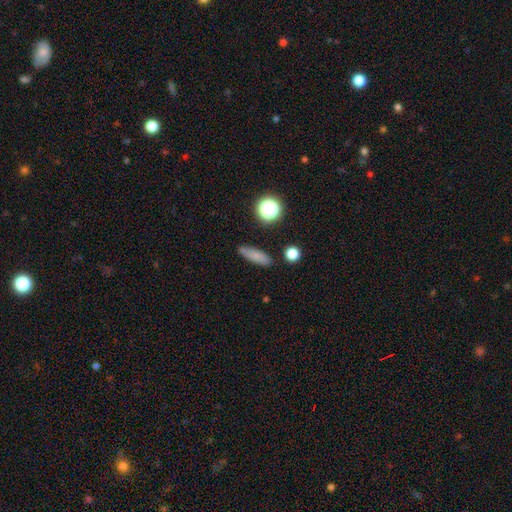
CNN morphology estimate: This appears to be a smooth galaxy with no disk features (77%) that is cigar-shaped (51%). Merging: none (85%).